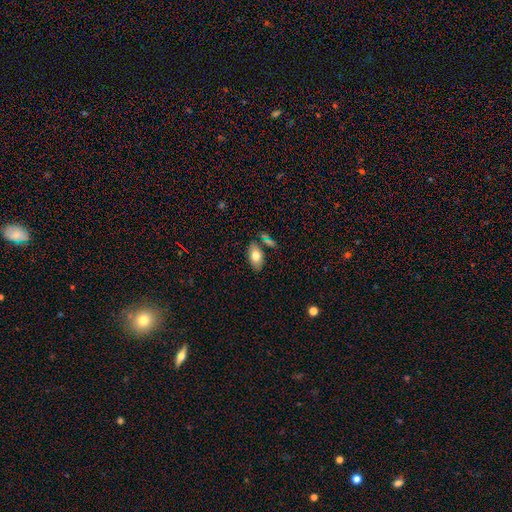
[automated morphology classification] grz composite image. It shows a smooth galaxy with no disk features (77%) that is in between round and cigar-shaped (92%). Merging: none (78%).